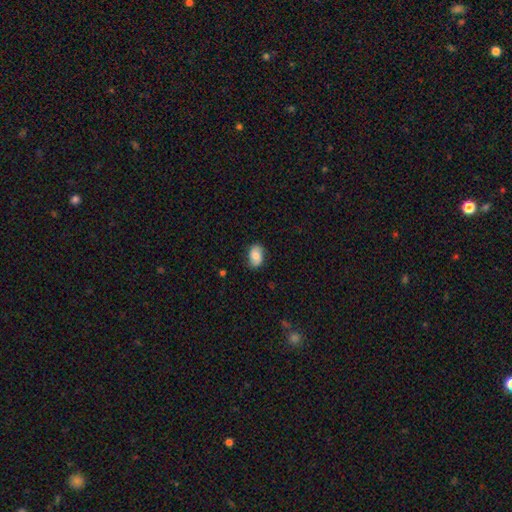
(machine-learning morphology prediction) Smooth or featured: smooth — 75% (featured or disk — 18%)
How rounded: in between — 86% (round — 13%)
Merging: none — 80% (minor disturbance — 16%)